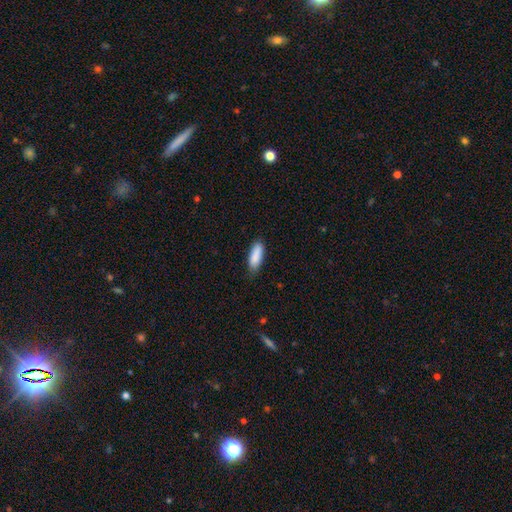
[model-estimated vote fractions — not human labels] Overall: smooth (88%). How rounded: in between (64%; cigar-shaped 35%). Merging: none (76%).